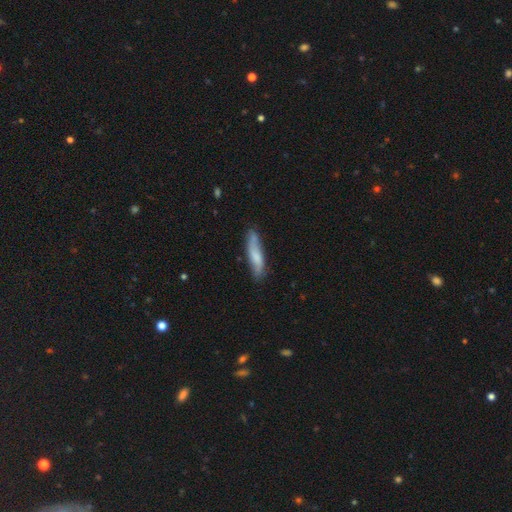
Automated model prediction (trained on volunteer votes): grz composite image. It shows a smooth galaxy with no disk features (66%) that is cigar-shaped (78%). Merging: none (73%).